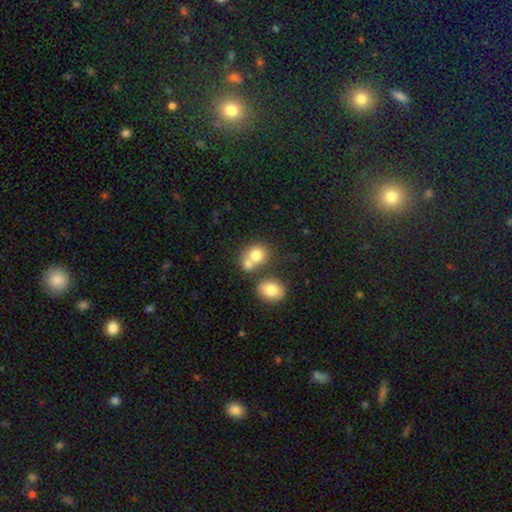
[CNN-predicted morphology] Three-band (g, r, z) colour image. It shows a smooth galaxy with no disk features (78%) that is round (71%). Merging: merger (46%).